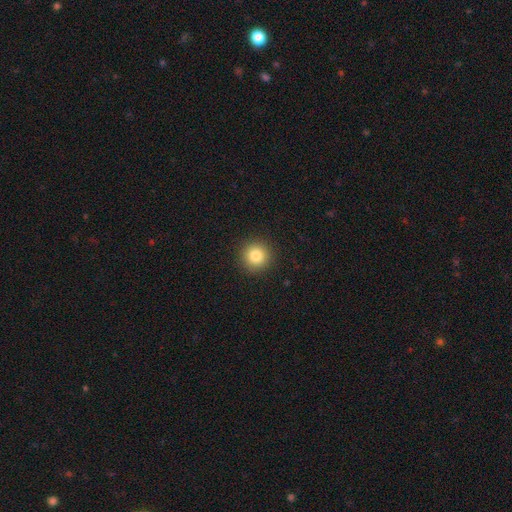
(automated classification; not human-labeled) smooth_or_featured: smooth (p=0.83) [alt: star or artifact p=0.11]
how_rounded: round (p=0.95) [alt: in between p=0.04]
merging: none (p=0.92) [alt: minor disturbance p=0.05]